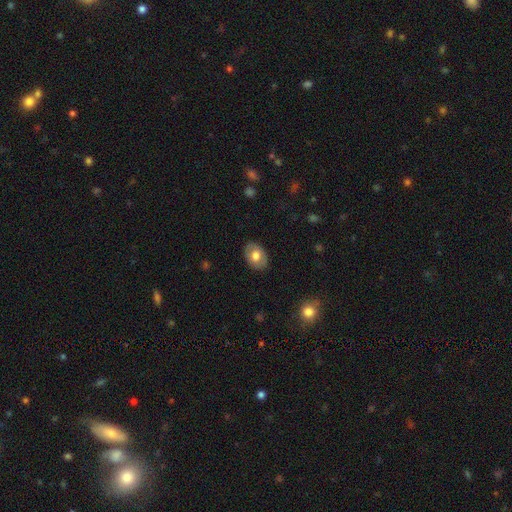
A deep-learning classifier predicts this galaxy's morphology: smooth_or_featured: smooth (p=0.70) [alt: featured or disk p=0.23]
how_rounded: in between (p=0.76) [alt: round p=0.23]
merging: none (p=0.86) [alt: minor disturbance p=0.10]